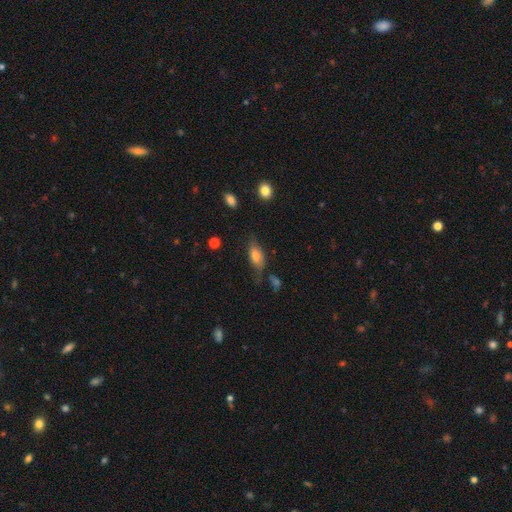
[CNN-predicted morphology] Overall: smooth (69%). How rounded: in between (85%). Merging: none (54%; minor disturbance 28%).